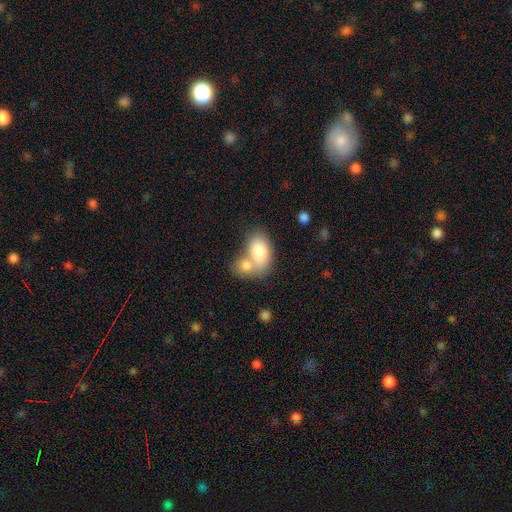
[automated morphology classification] Q: Smooth or featured?
A: smooth (76%); runner-up: featured or disk (15%)
Q: How rounded?
A: in between (84%); runner-up: round (14%)
Q: Merging?
A: merger (55%); runner-up: none (30%)